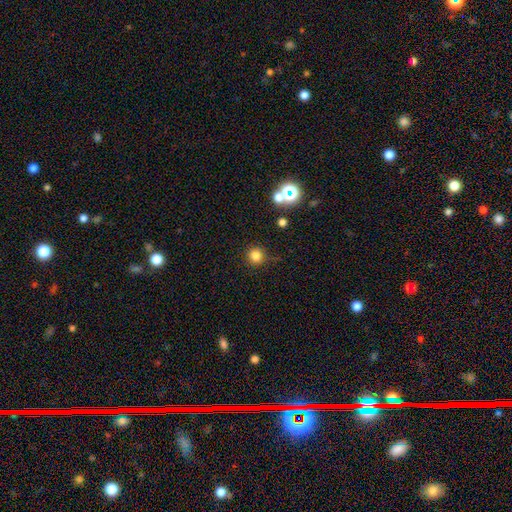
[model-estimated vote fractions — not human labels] Overall: smooth (80%). How rounded: round (94%). Merging: none (83%).